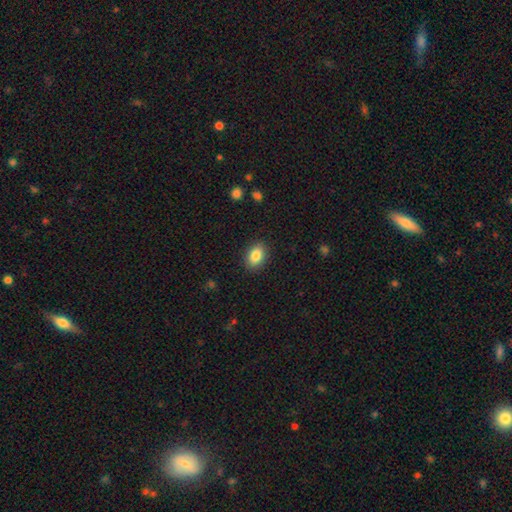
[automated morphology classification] Q: Smooth or featured?
A: smooth (85%); runner-up: star or artifact (8%)
Q: How rounded?
A: in between (79%); runner-up: round (19%)
Q: Merging?
A: none (89%); runner-up: minor disturbance (8%)